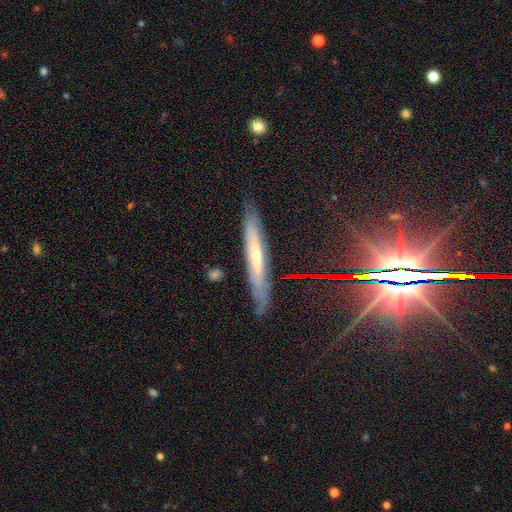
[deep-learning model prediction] featured or disk 63%, smooth 26%, star or artifact 11%. Down the decision tree: edge-on disk — yes (79%); merging — none (82%).